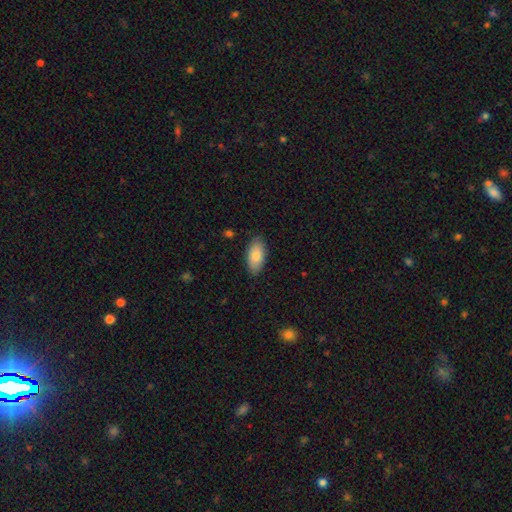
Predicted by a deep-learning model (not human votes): A smooth galaxy with no disk features (83%) that is in between round and cigar-shaped (93%).

Vote fractions:
- Smooth or featured? smooth: 83% / featured or disk: 11% / star or artifact: 6%
- How rounded? in between: 93% / cigar-shaped: 4% / round: 3%
- Merging? none: 85% / minor disturbance: 11% / major disturbance: 2% / merger: 1%